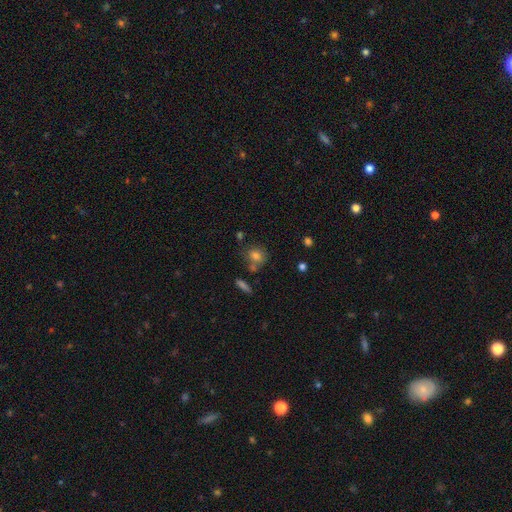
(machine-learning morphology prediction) smooth_or_featured: smooth (p=0.76) [alt: star or artifact p=0.12]
how_rounded: round (p=0.62) [alt: in between p=0.36]
merging: none (p=0.63) [alt: merger p=0.16]